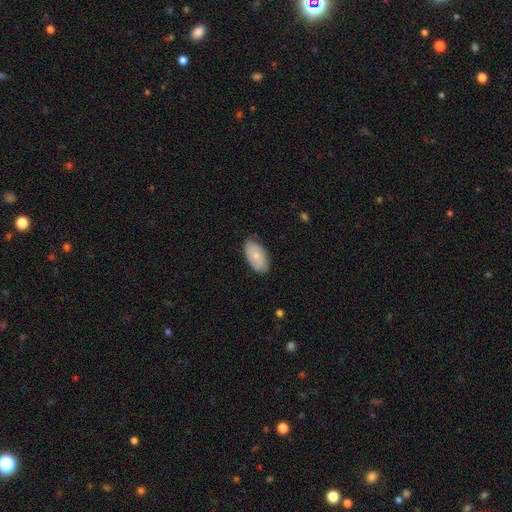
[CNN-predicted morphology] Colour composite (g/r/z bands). It shows a smooth galaxy with no disk features (74%) that is in between round and cigar-shaped (95%). Merging: none (78%).